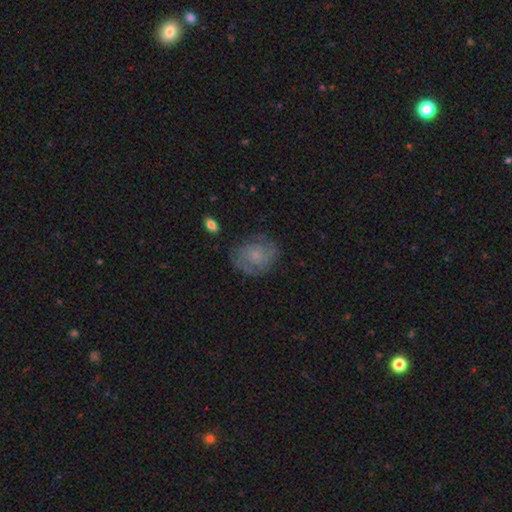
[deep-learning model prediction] featured or disk 57%, smooth 33%, star or artifact 9%. Down the decision tree: edge-on disk — no (97%); bar — no (82%); spiral arms — yes (84%); bulge size — small (73%); merging — none (73%).